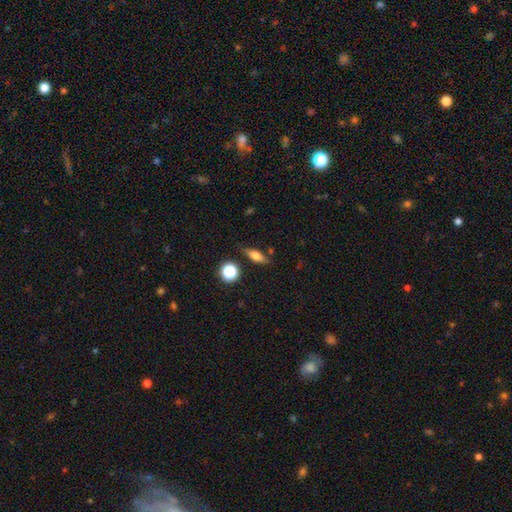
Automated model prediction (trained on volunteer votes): smooth 66%, featured or disk 23%, star or artifact 11%. Down the decision tree: how rounded — in between (60%); merging — none (77%).